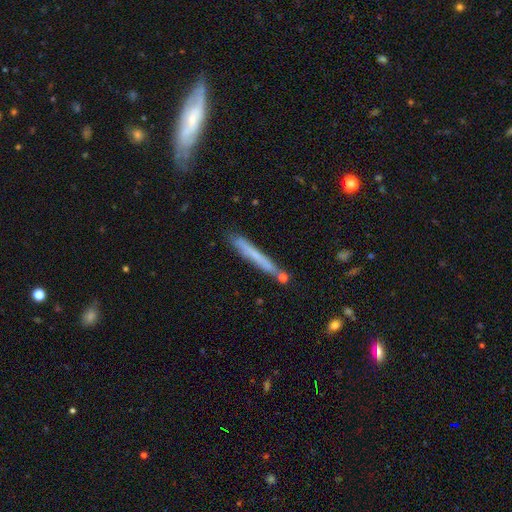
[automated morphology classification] Smooth or featured?
  - smooth: 59% *
  - featured or disk: 34%
  - star or artifact: 7%
How rounded?
  - cigar-shaped: 97% *
  - in between: 2%
  - round: 1%
Merging?
  - none: 80% *
  - minor disturbance: 13%
  - merger: 5%
  - major disturbance: 2%